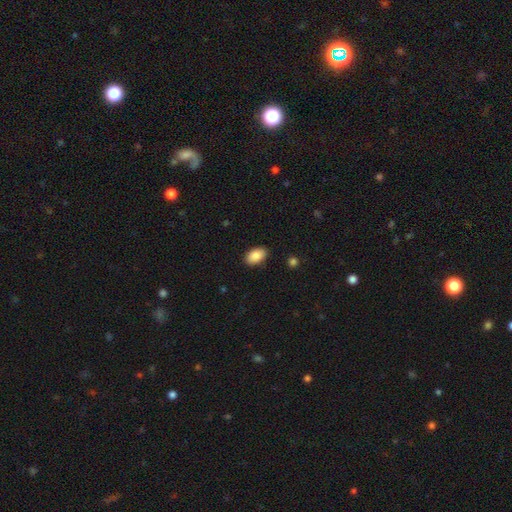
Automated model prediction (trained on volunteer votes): A smooth galaxy with no disk features (88%) that is in between round and cigar-shaped (93%).

Vote fractions:
- Smooth or featured? smooth: 88% / star or artifact: 7% / featured or disk: 5%
- How rounded? in between: 93% / round: 6% / cigar-shaped: 1%
- Merging? none: 88% / minor disturbance: 9% / major disturbance: 2% / merger: 1%